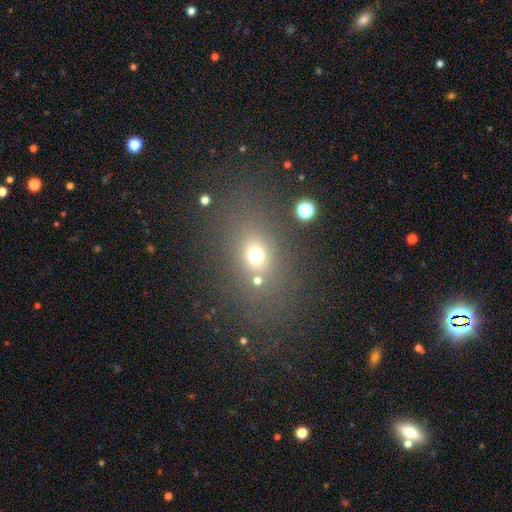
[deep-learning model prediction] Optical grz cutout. It shows a smooth galaxy with no disk features (66%) that is in between round and cigar-shaped (55%). Merging: none (70%).